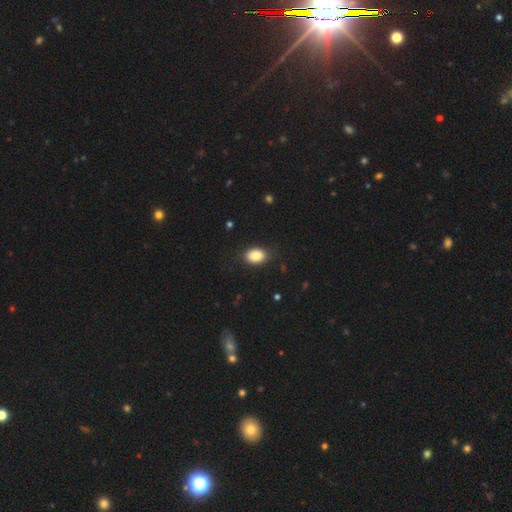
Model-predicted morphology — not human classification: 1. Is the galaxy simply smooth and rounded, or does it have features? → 87% smooth, 8% star or artifact, 5% featured or disk.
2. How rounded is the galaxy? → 81% in between, 18% round, 1% cigar-shaped.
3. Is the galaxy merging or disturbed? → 87% none, 10% minor disturbance, 3% major disturbance, 1% merger.